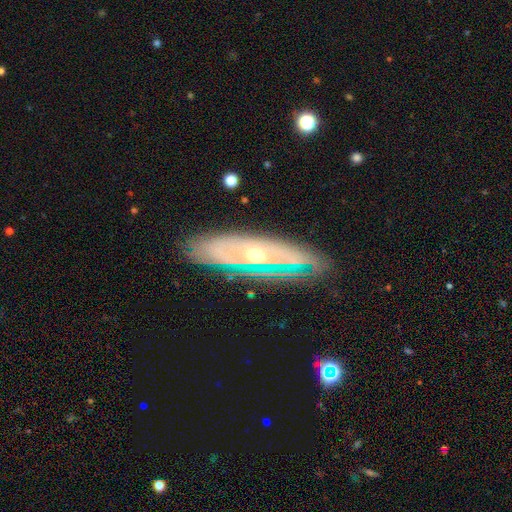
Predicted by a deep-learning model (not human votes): featured or disk 76%, smooth 17%, star or artifact 7%. Down the decision tree: edge-on disk — no (69%); bar — no (78%); spiral arms — yes (60%); bulge size — moderate (61%); merging — none (78%).